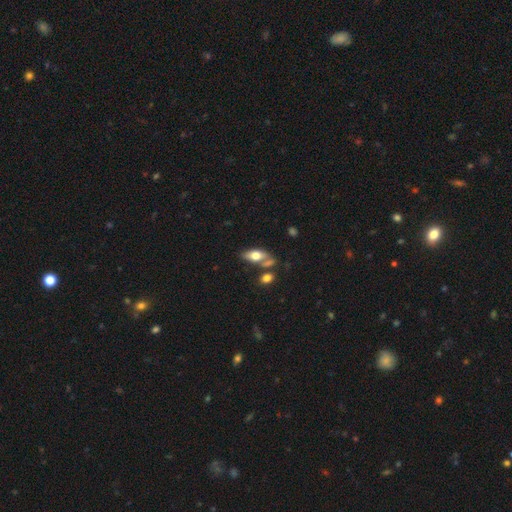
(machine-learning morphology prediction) A smooth galaxy with no disk features (62%) that is in between round and cigar-shaped (81%).

Vote fractions:
- Smooth or featured? smooth: 62% / featured or disk: 31% / star or artifact: 7%
- How rounded? in between: 81% / cigar-shaped: 15% / round: 4%
- Merging? none: 54% / merger: 24% / minor disturbance: 16% / major disturbance: 6%